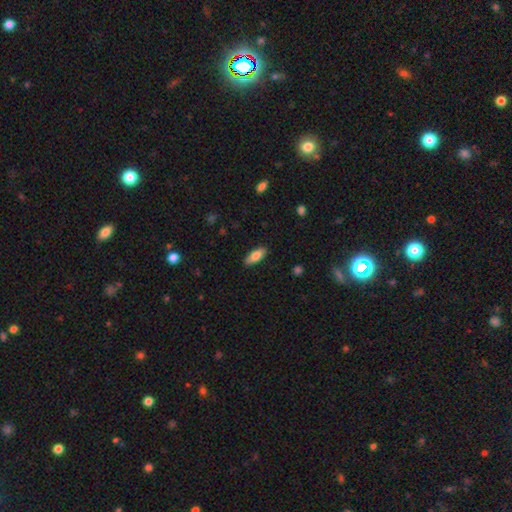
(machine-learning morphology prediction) smooth 76%, featured or disk 18%, star or artifact 6%. Down the decision tree: how rounded — in between (70%); merging — none (87%).